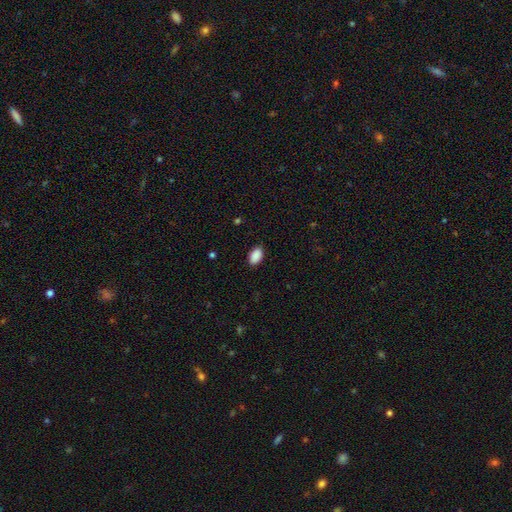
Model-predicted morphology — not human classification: This appears to be a smooth galaxy with no disk features (90%) that is in between round and cigar-shaped (93%). Merging: none (87%).